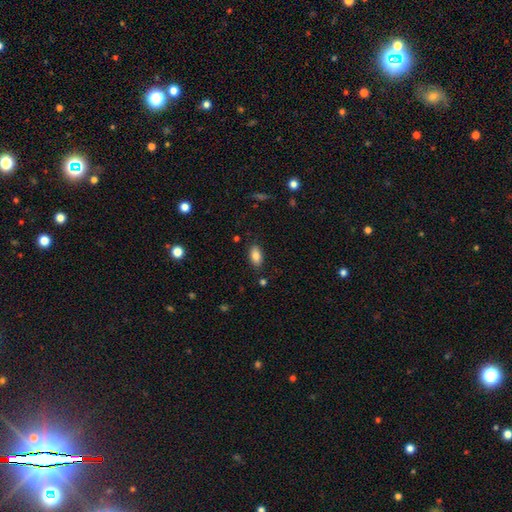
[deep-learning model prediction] A smooth galaxy with no disk features (84%) that is in between round and cigar-shaped (91%). Merging: none (86%).